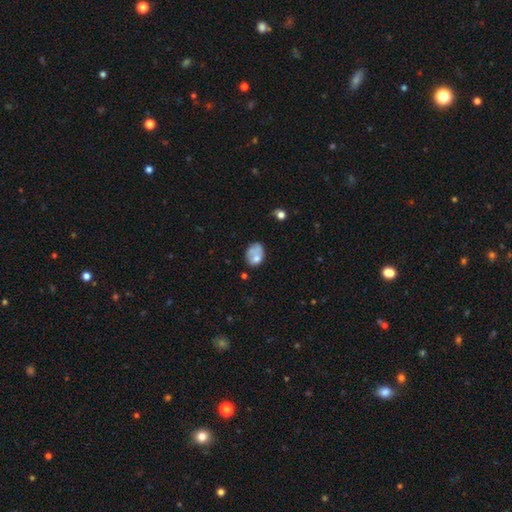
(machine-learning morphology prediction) This appears to be a smooth galaxy with no disk features (64%) that is in between round and cigar-shaped (65%). Merging: none (35%).